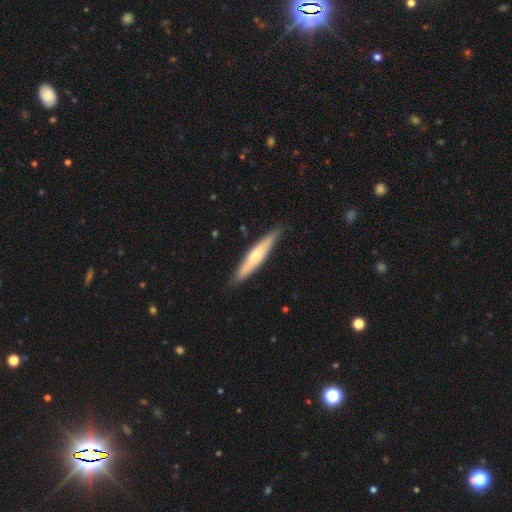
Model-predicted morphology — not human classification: Smooth or featured? Predicted: smooth (p=0.52). How rounded? Predicted: cigar-shaped (p=0.89). Merging? Predicted: none (p=0.87).